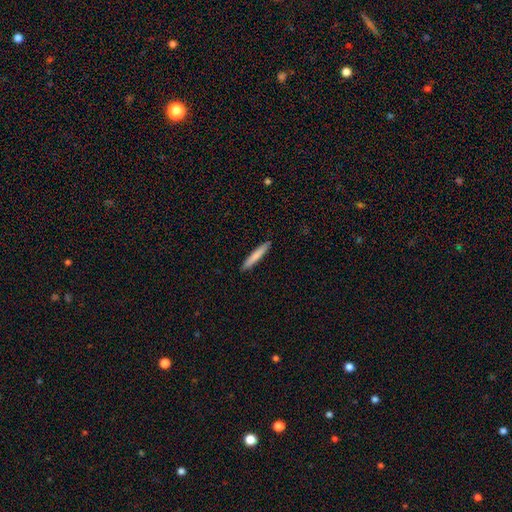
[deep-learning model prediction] This is likely a smooth galaxy (79%). How rounded: clearly cigar-shaped (95%). Merging: clearly none (91%).